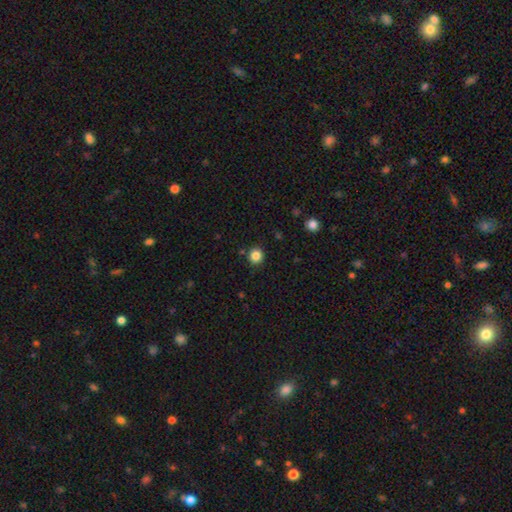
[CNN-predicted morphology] Smooth or featured?
  - smooth: 85% *
  - star or artifact: 11%
  - featured or disk: 4%
How rounded?
  - round: 90% *
  - in between: 9%
  - cigar-shaped: 1%
Merging?
  - none: 89% *
  - minor disturbance: 7%
  - merger: 2%
  - major disturbance: 2%